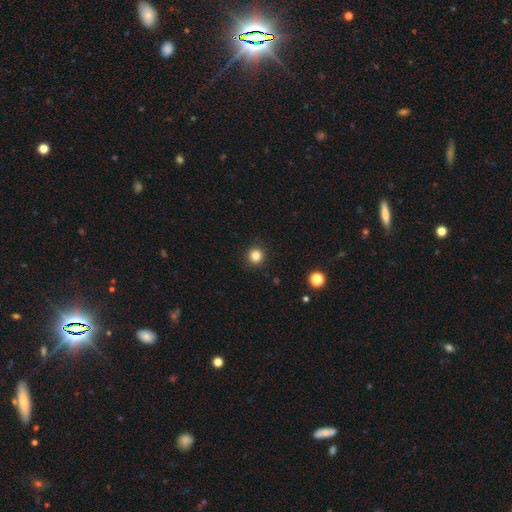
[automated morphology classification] smooth 84%, star or artifact 12%, featured or disk 4%. Down the decision tree: how rounded — round (93%); merging — none (92%).